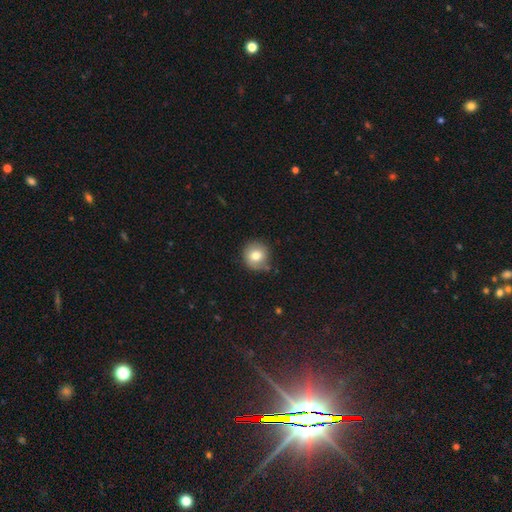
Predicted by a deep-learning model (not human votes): This appears to be a smooth galaxy with no disk features (78%) that is round (90%). Merging: none (75%).